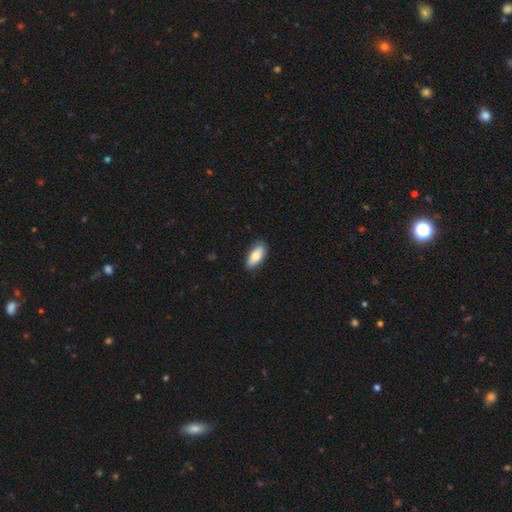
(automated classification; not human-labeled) Overall: smooth (78%). How rounded: in between (83%). Merging: none (84%).